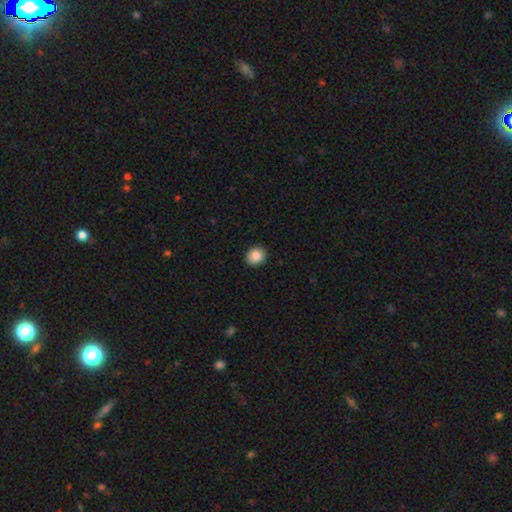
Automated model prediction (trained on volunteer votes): Smooth or featured? smooth (88%)
How rounded? round (70%)
Merging? none (91%)